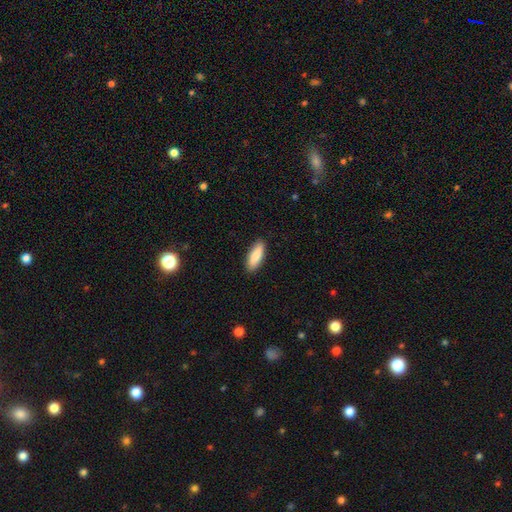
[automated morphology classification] A smooth galaxy with no disk features (85%) that is in between round and cigar-shaped (61%). Merging: none (89%).